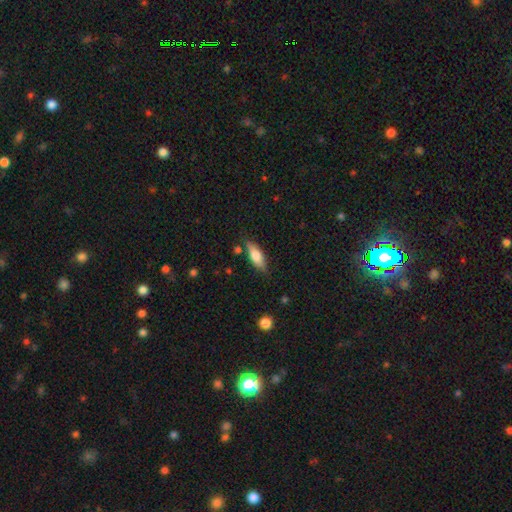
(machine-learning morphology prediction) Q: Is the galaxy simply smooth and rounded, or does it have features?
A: smooth — 71%.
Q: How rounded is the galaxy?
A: in between — 61%.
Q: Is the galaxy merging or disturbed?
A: none — 78%.